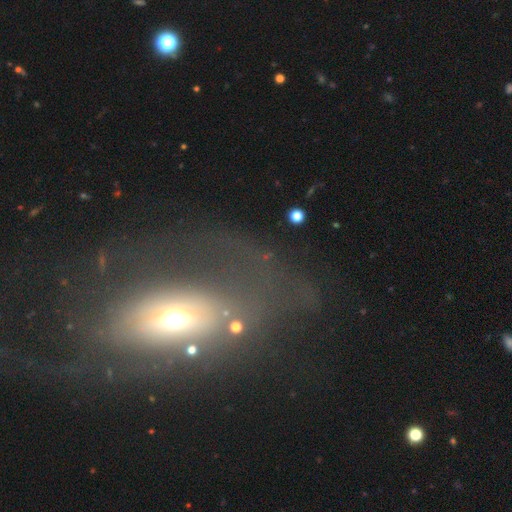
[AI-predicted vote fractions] This is possibly a featured or disk galaxy (52%). It is clearly not viewed edge-on (89%). Merging: possibly none (48%).